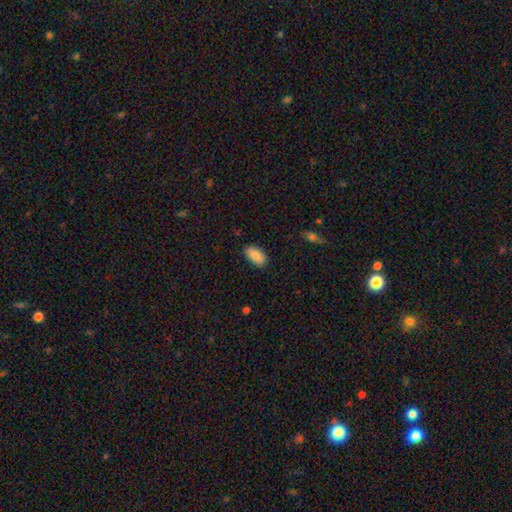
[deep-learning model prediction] smooth-or-featured: smooth: 87% | star or artifact: 7% | featured or disk: 6%
  how-rounded: in between: 94% | cigar-shaped: 3% | round: 3%
  merging: none: 87% | minor disturbance: 10% | major disturbance: 2% | merger: 1%